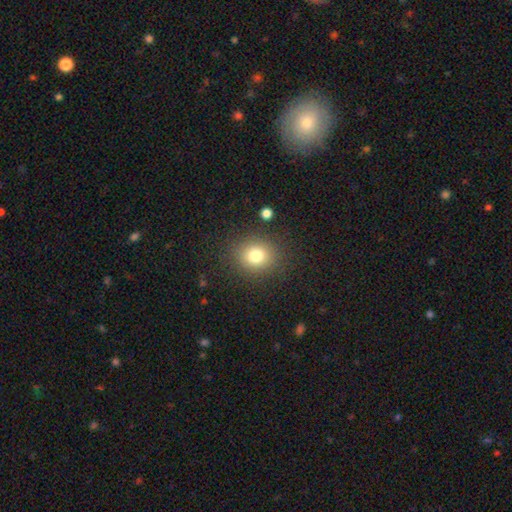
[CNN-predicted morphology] type=smooth (79%); roundness=round (78%); merging=none (87%).